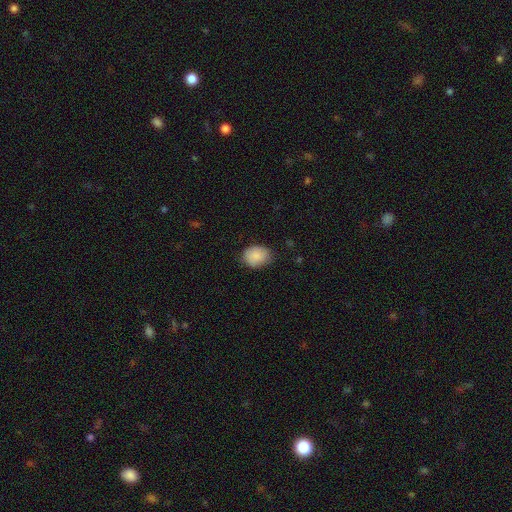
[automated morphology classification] type=smooth (88%); roundness=in between (59%); merging=none (77%).